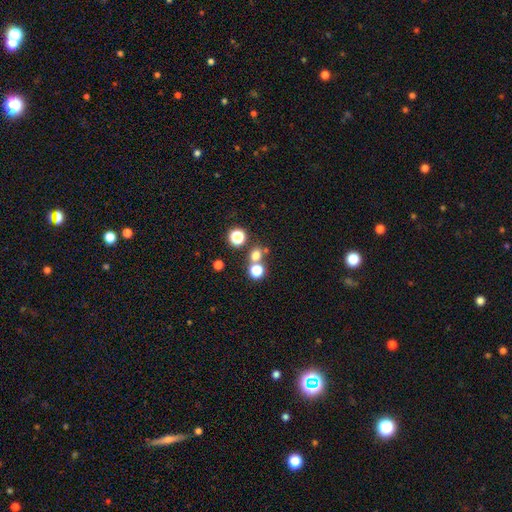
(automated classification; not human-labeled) smooth_or_featured: smooth (p=0.65) [alt: star or artifact p=0.27]
how_rounded: round (p=0.83) [alt: in between p=0.16]
merging: none (p=0.63) [alt: merger p=0.27]